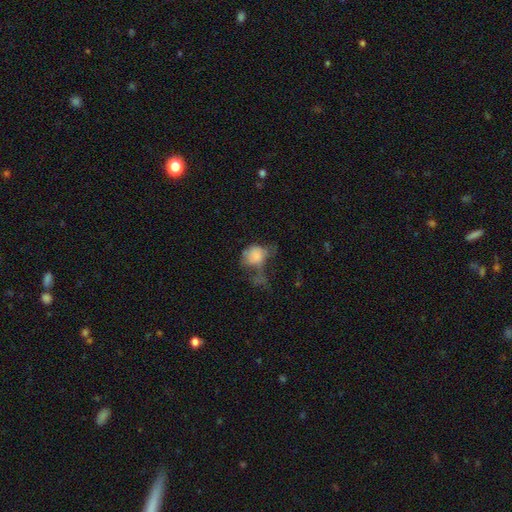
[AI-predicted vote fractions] Smooth or featured? smooth (69%)
How rounded? in between (59%)
Merging? major disturbance (43%)